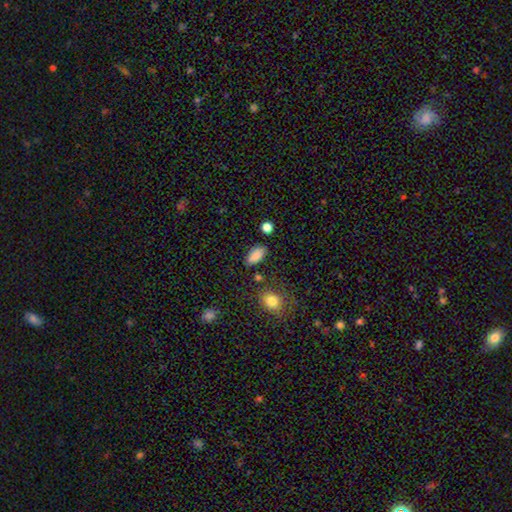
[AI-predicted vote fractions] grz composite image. It shows a smooth galaxy with no disk features (86%) that is in between round and cigar-shaped (91%). Merging: none (81%).